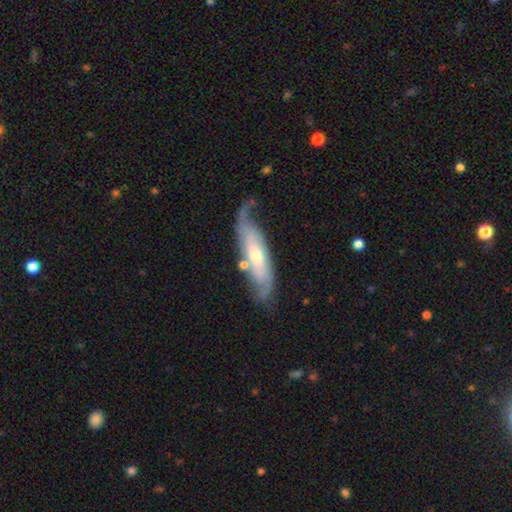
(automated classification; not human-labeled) The model was most divided on "bulge size": moderate: 48%, small: 45%, large: 4%, none: 2%, dominant: 1%. More confident: spiral arms — yes (89%); edge-on disk — no (77%); smooth or featured — featured or disk (72%); bar — no (56%); merging — none (51%).